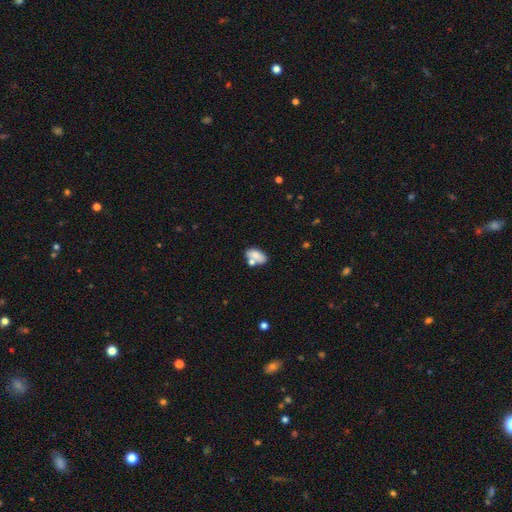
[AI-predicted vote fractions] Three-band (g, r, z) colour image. It shows a smooth galaxy with no disk features (74%) that is in between round and cigar-shaped (90%). Merging: none (50%).